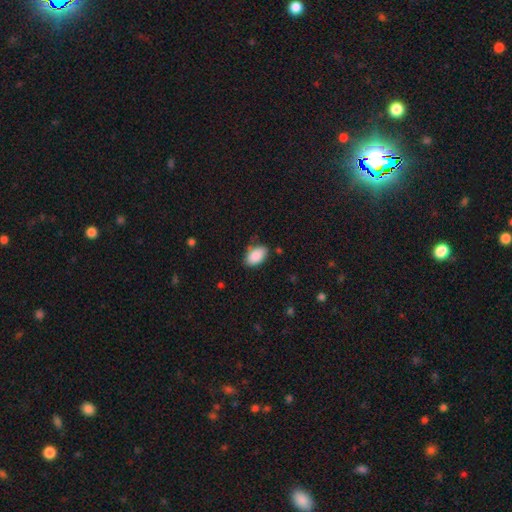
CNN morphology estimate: The model was most divided on "merging": none: 75%, minor disturbance: 19%, major disturbance: 4%, merger: 2%. More confident: how rounded — in between (93%); smooth or featured — smooth (88%).